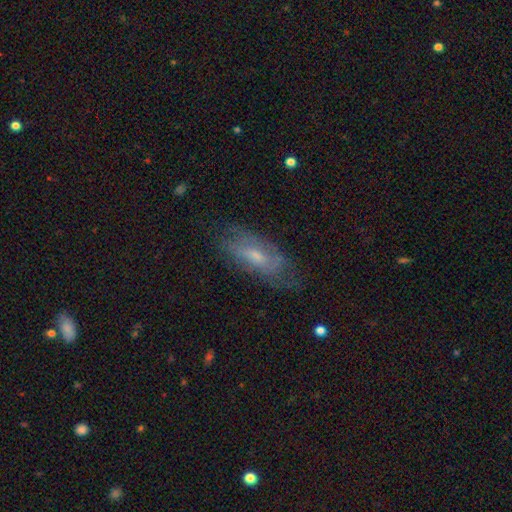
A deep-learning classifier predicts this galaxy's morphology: Overall: featured or disk (55%; smooth 37%). Edge-on disk: no (82%). Merging: none (69%).